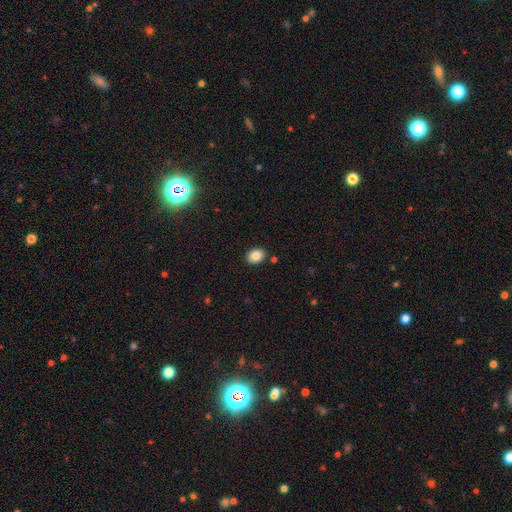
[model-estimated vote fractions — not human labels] A smooth galaxy with no disk features (86%) that is in between round and cigar-shaped (63%).

Vote fractions:
- Smooth or featured? smooth: 86% / star or artifact: 9% / featured or disk: 5%
- How rounded? in between: 63% / round: 36% / cigar-shaped: 1%
- Merging? none: 89% / minor disturbance: 7% / merger: 2% / major disturbance: 2%